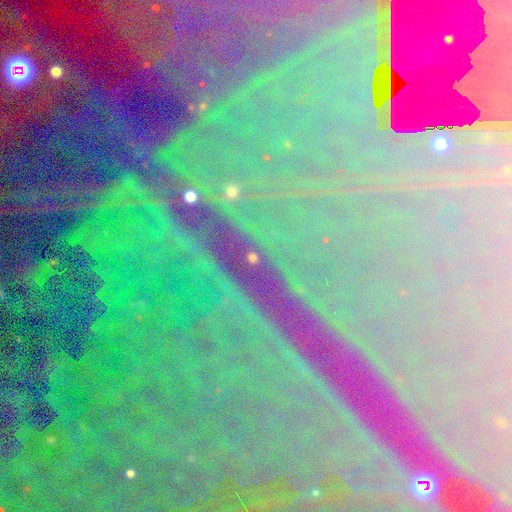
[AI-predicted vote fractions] Overall: star or artifact (88%).